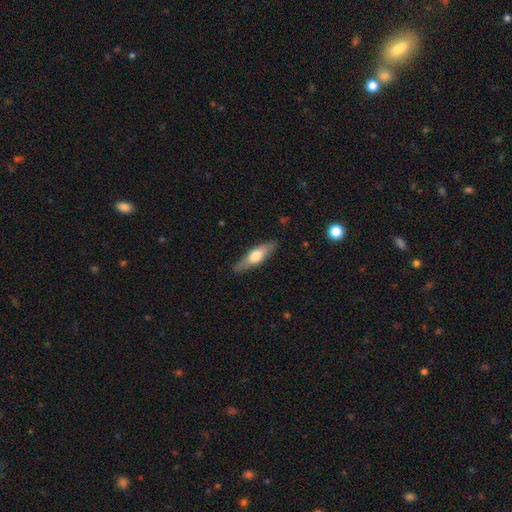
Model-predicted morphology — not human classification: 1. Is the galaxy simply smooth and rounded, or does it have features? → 52% smooth, 43% featured or disk, 5% star or artifact.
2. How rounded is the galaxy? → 61% cigar-shaped, 37% in between, 2% round.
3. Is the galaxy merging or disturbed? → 87% none, 10% minor disturbance, 2% major disturbance, 1% merger.